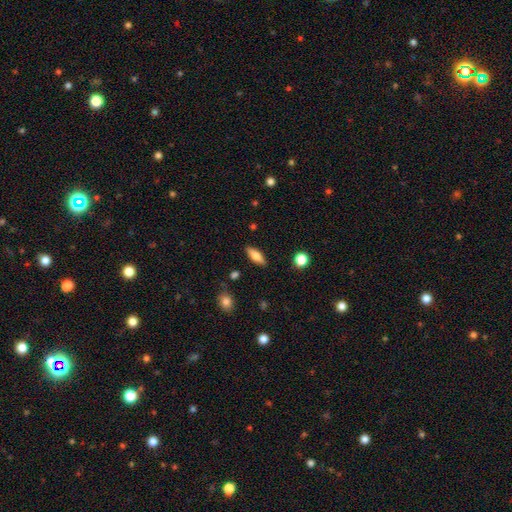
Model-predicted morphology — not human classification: Smooth or featured: smooth — 70% (featured or disk — 23%)
How rounded: in between — 66% (cigar-shaped — 31%)
Merging: none — 86% (minor disturbance — 10%)